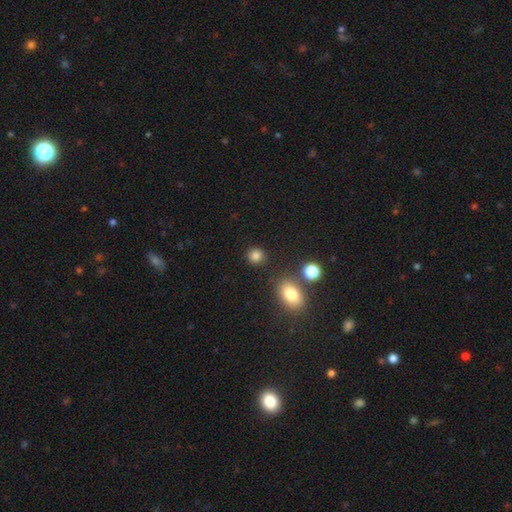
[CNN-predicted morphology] smooth 83%, star or artifact 12%, featured or disk 5%. Down the decision tree: how rounded — round (84%); merging — none (85%).